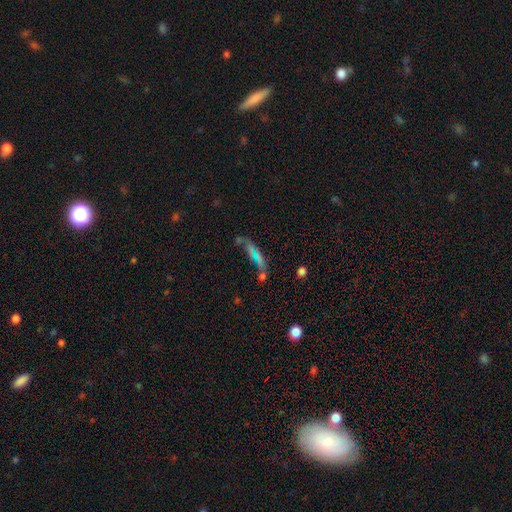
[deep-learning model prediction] A smooth galaxy with no disk features (45%). Merging: none (47%).